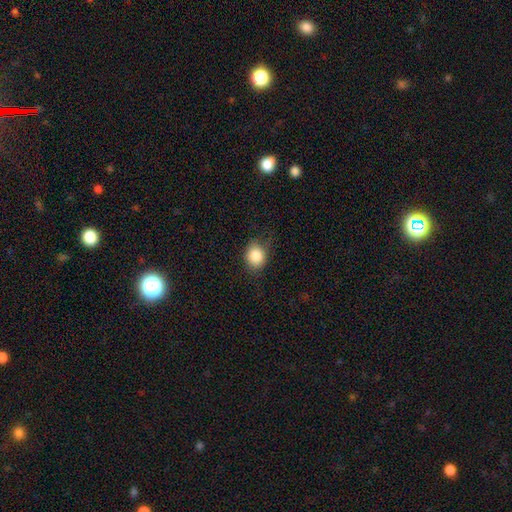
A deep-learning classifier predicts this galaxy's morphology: smooth 86%, star or artifact 9%, featured or disk 5%. Down the decision tree: how rounded — round (60%); merging — none (75%).